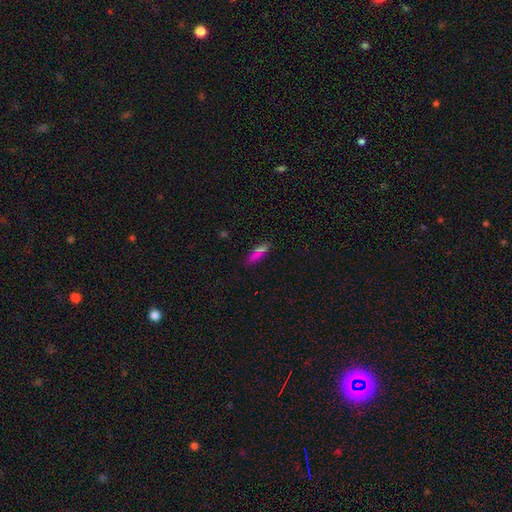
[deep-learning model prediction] smooth_or_featured: smooth (p=0.72) [alt: star or artifact p=0.19]
how_rounded: in between (p=0.52) [alt: cigar-shaped p=0.44]
merging: none (p=0.82) [alt: minor disturbance p=0.12]